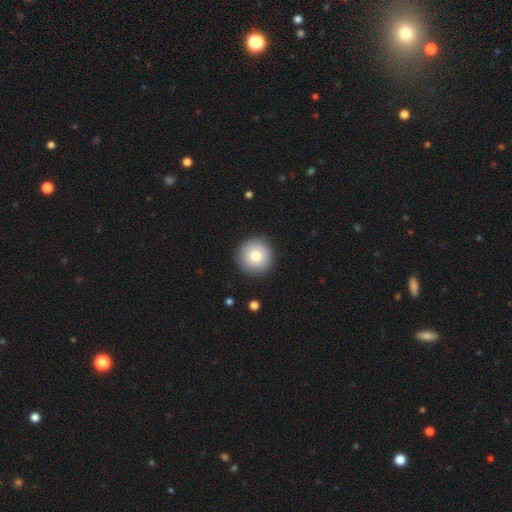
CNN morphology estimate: Smooth or featured?
  - smooth: 75% *
  - featured or disk: 15%
  - star or artifact: 9%
How rounded?
  - round: 96% *
  - in between: 3%
  - cigar-shaped: 1%
Merging?
  - none: 90% *
  - minor disturbance: 7%
  - major disturbance: 2%
  - merger: 1%